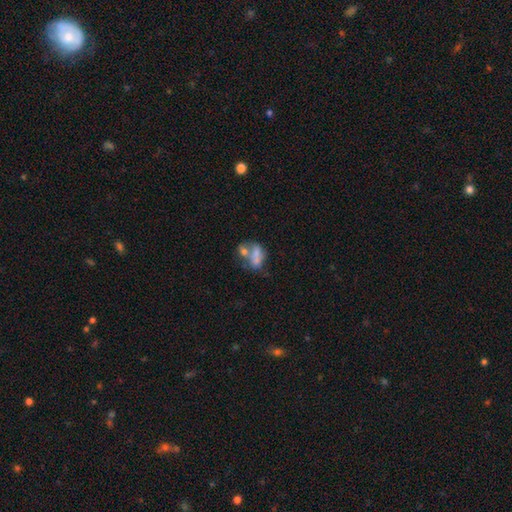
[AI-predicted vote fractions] This appears to be a smooth galaxy with no disk features (62%) that is in between round and cigar-shaped (79%). Merging: merger (60%).